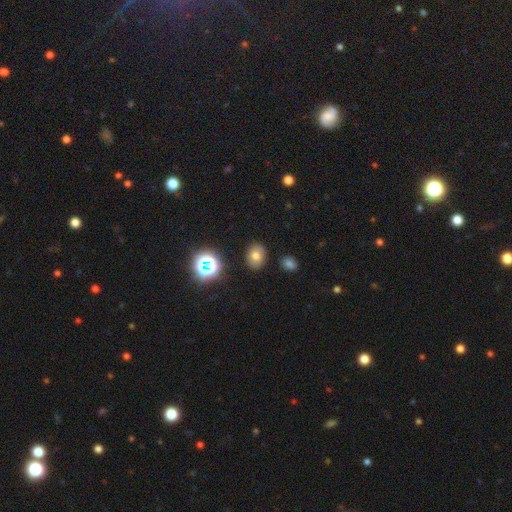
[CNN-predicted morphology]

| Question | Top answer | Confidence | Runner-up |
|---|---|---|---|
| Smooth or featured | smooth | 71% | star or artifact (17%) |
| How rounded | in between | 63% | round (36%) |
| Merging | none | 86% | minor disturbance (9%) |